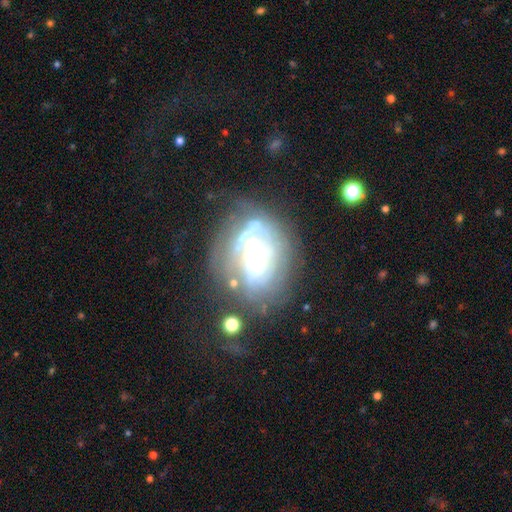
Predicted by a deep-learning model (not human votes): The model was most divided on "bulge size": large: 44%, moderate: 37%, dominant: 10%, small: 7%, none: 3%. Remaining: edge-on disk — no (96%); smooth or featured — featured or disk (77%); spiral arms — yes (75%); spiral winding — tight (64%); bar — no (58%); merging — none (53%); spiral arm count — can't tell (46%).